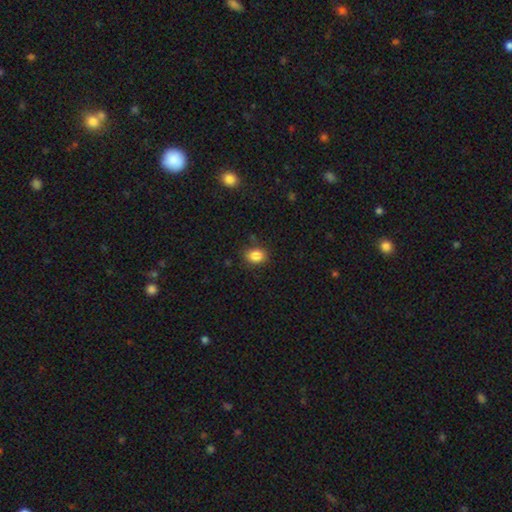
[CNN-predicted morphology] Q: Smooth or featured?
A: smooth (86%); runner-up: star or artifact (10%)
Q: How rounded?
A: in between (59%); runner-up: round (39%)
Q: Merging?
A: none (82%); runner-up: minor disturbance (13%)